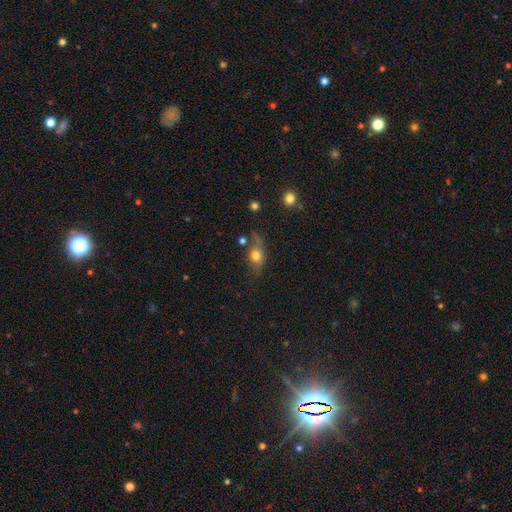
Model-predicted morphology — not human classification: Smooth or featured? smooth (65%)
How rounded? in between (62%)
Merging? none (50%)